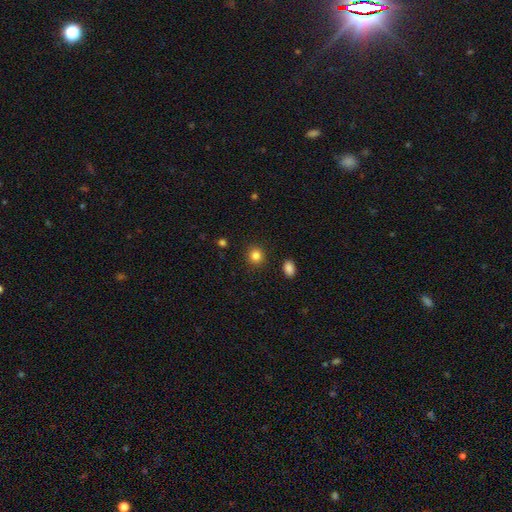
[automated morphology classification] smooth 85%, star or artifact 11%, featured or disk 4%. Down the decision tree: how rounded — round (85%); merging — none (90%).